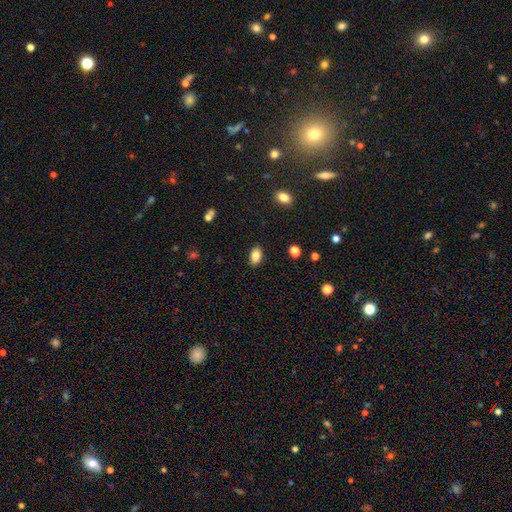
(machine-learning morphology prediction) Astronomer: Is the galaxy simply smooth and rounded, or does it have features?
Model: smooth — 84%.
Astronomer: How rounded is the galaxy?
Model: in between — 89%.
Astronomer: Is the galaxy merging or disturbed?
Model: none — 88%.